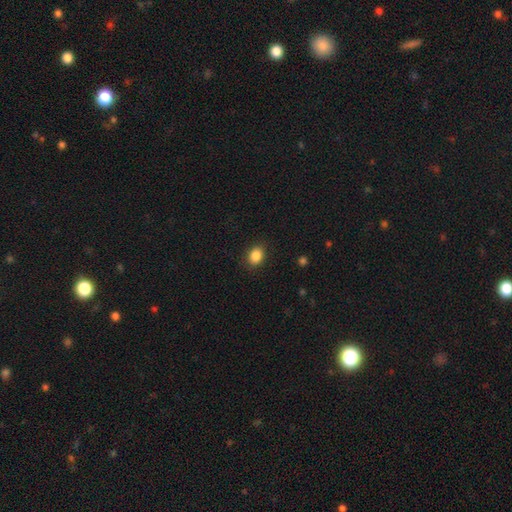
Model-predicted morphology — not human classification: A smooth galaxy with no disk features (86%) that is in between round and cigar-shaped (58%). Merging: none (87%).